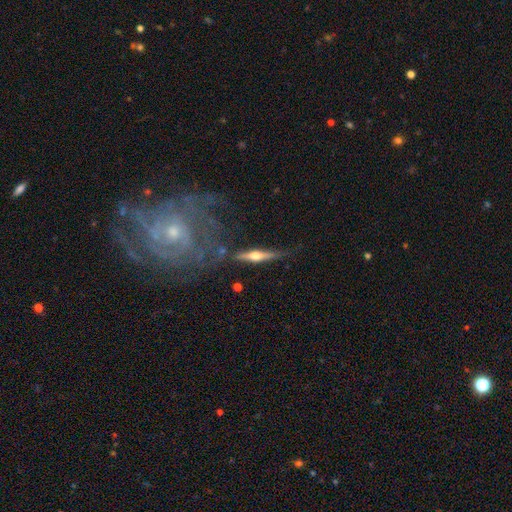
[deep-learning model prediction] Smooth or featured? featured or disk (69%)
Edge-on disk? yes (95%)
Edge-on bulge? rounded (92%)
Merging? none (75%)